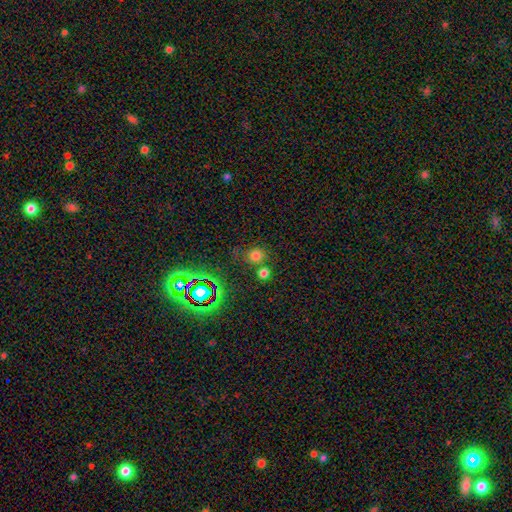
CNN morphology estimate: Smooth or featured? smooth (72%)
How rounded? round (86%)
Merging? none (69%)